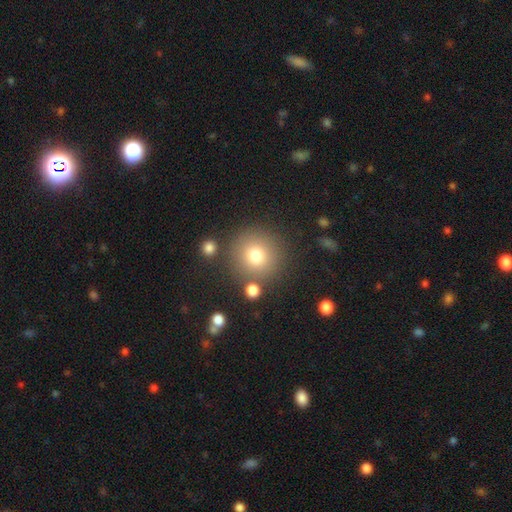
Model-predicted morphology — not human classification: smooth_or_featured: smooth (p=0.77) [alt: star or artifact p=0.13]
how_rounded: round (p=0.94) [alt: in between p=0.05]
merging: none (p=0.82) [alt: minor disturbance p=0.08]